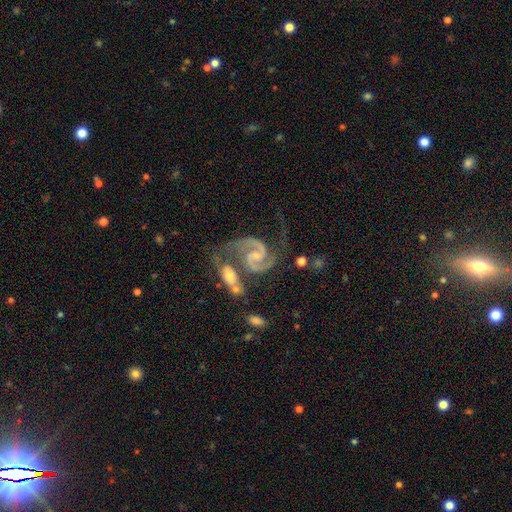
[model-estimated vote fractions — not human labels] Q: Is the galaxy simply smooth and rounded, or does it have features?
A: featured or disk — 92%.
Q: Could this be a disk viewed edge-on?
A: no — 98%.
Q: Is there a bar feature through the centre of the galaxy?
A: no — 47%.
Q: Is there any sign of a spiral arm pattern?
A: yes — 98%.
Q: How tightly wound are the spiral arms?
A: medium — 62%.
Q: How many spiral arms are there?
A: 2 — 93%.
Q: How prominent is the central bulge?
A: small — 59%.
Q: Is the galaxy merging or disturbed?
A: none — 43%.